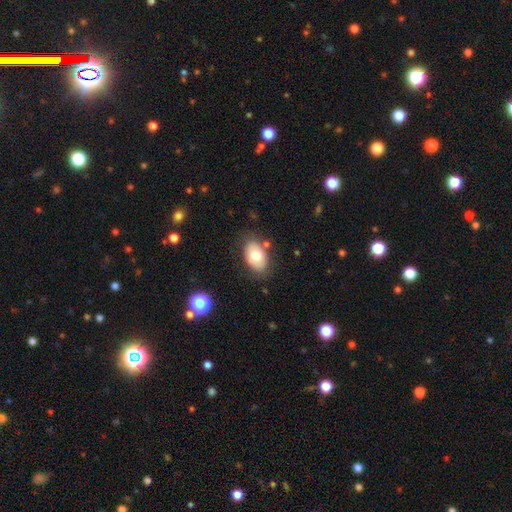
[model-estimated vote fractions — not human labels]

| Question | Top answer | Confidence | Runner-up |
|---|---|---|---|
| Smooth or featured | smooth | 72% | featured or disk (20%) |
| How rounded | in between | 86% | round (12%) |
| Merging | none | 77% | minor disturbance (15%) |